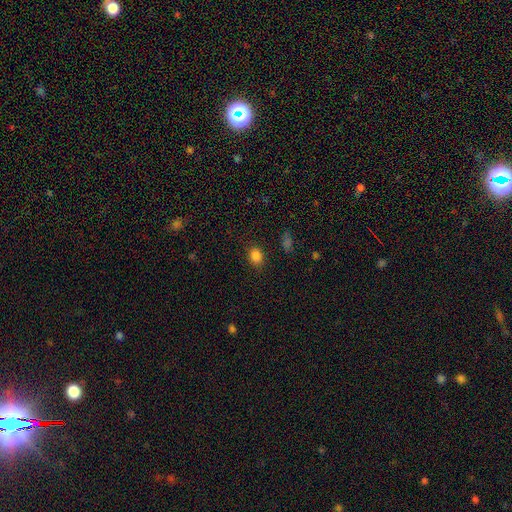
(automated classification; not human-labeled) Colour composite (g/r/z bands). It shows a smooth galaxy with no disk features (83%) that is round (53%). Merging: none (86%).